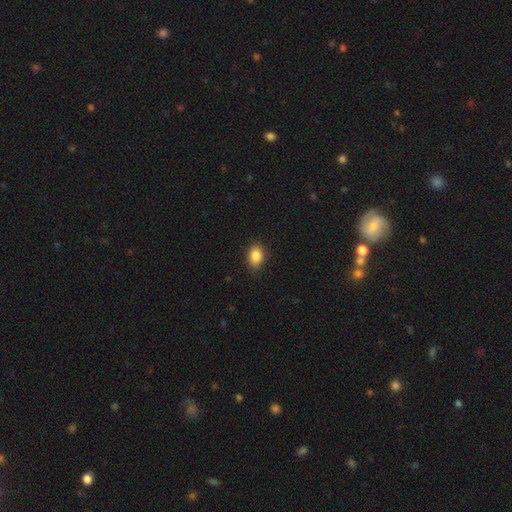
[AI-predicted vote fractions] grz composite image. It shows a smooth galaxy with no disk features (87%) that is in between round and cigar-shaped (80%). Merging: none (83%).